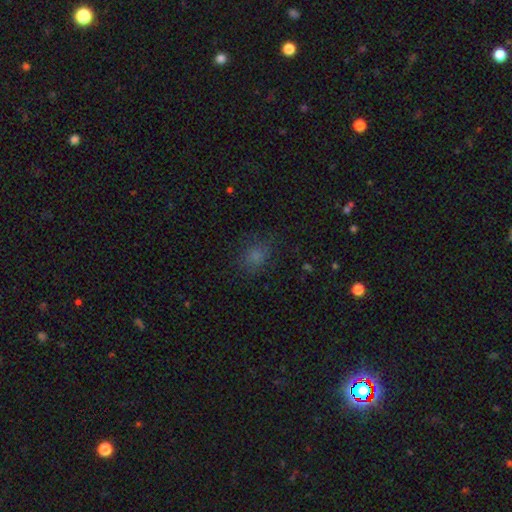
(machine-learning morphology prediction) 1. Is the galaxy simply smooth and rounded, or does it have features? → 75% smooth, 18% star or artifact, 8% featured or disk.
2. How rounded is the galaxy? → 56% round, 43% in between, 1% cigar-shaped.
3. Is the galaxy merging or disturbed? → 75% none, 16% minor disturbance, 7% major disturbance, 1% merger.